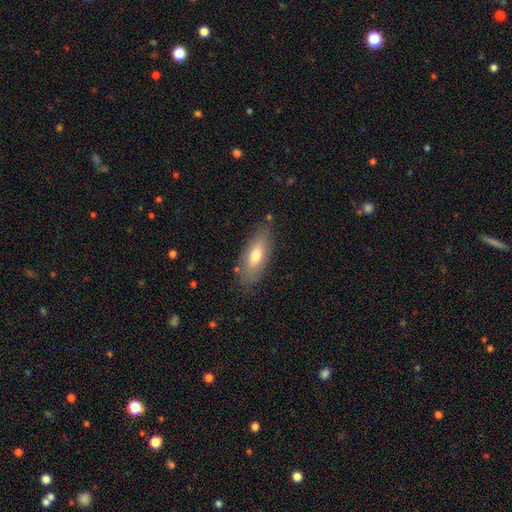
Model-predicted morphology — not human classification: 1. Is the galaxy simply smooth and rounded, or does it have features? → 70% smooth, 23% featured or disk, 7% star or artifact.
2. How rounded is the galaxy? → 77% in between, 21% cigar-shaped, 3% round.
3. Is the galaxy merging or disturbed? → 78% none, 16% minor disturbance, 4% major disturbance, 2% merger.